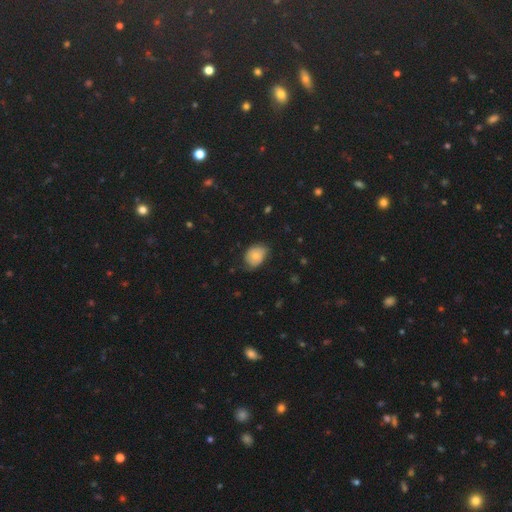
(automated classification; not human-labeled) Smooth or featured? Predicted: smooth (p=0.67). How rounded? Predicted: in between (p=0.62). Merging? Predicted: none (p=0.58).